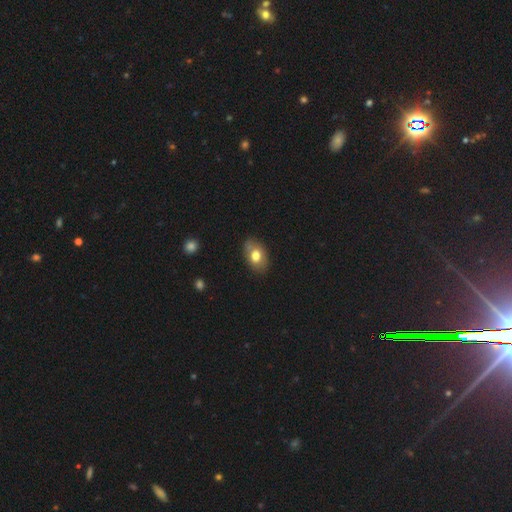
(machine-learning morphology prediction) smooth_or_featured: smooth (p=0.73) [alt: featured or disk p=0.19]
how_rounded: in between (p=0.81) [alt: round p=0.18]
merging: none (p=0.73) [alt: minor disturbance p=0.18]